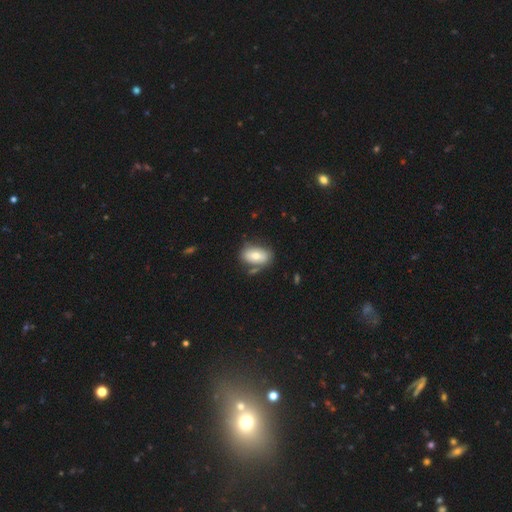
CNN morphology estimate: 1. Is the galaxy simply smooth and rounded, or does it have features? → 69% smooth, 24% featured or disk, 7% star or artifact.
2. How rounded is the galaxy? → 88% in between, 10% round, 2% cigar-shaped.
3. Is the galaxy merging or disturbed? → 65% none, 19% minor disturbance, 10% merger, 6% major disturbance.